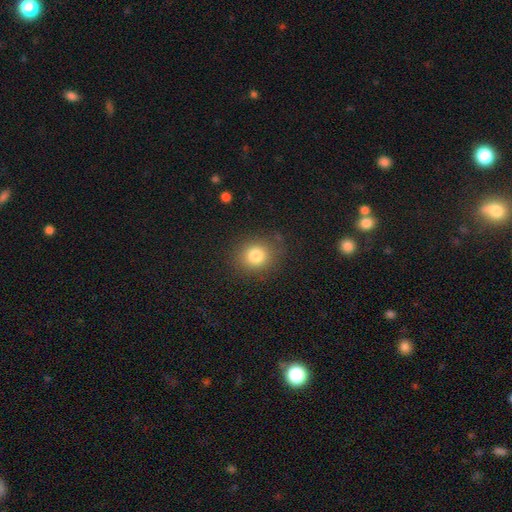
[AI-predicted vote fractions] This appears to be a smooth galaxy with no disk features (81%) that is round (78%). Merging: none (85%).